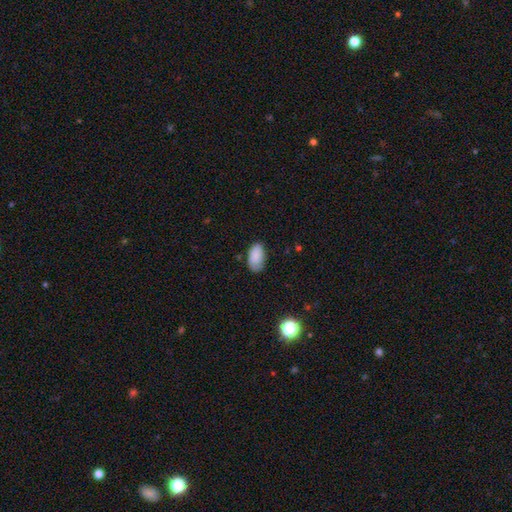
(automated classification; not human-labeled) smooth 87%, star or artifact 8%, featured or disk 5%. Down the decision tree: how rounded — in between (94%); merging — none (73%).